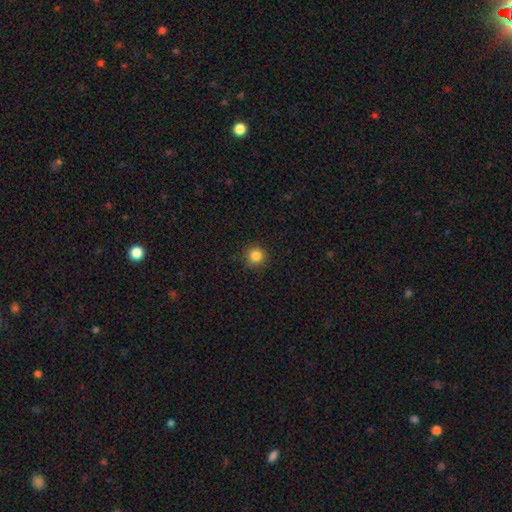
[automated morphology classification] smooth-or-featured: smooth: 85% | star or artifact: 11% | featured or disk: 4%
  how-rounded: round: 94% | in between: 5% | cigar-shaped: 1%
  merging: none: 89% | minor disturbance: 8% | major disturbance: 2% | merger: 1%